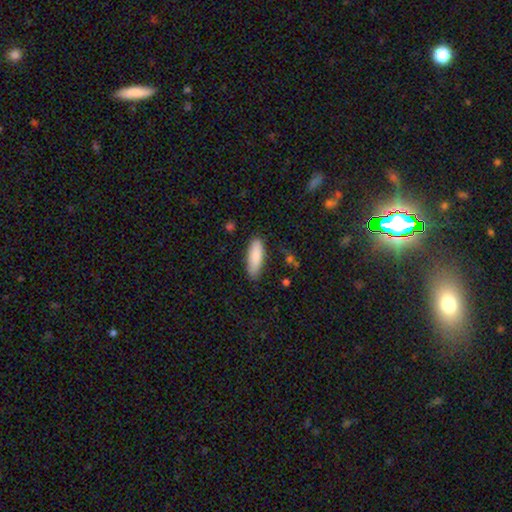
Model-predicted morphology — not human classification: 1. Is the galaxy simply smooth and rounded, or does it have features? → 87% smooth, 7% featured or disk, 6% star or artifact.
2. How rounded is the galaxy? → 61% in between, 37% cigar-shaped, 2% round.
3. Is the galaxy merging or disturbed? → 81% none, 15% minor disturbance, 3% major disturbance, 2% merger.